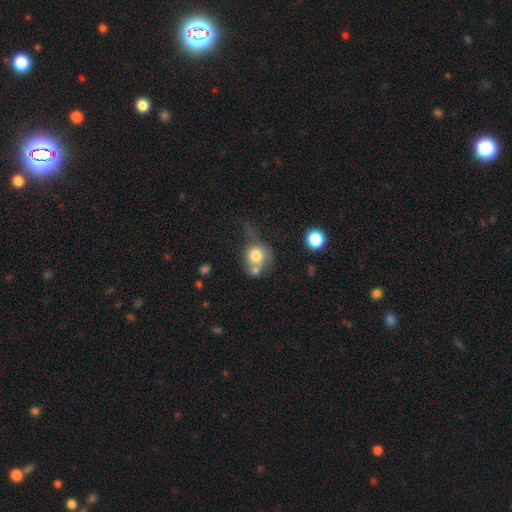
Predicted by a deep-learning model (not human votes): smooth 73%, featured or disk 17%, star or artifact 10%. Down the decision tree: how rounded — round (71%); merging — merger (34%).